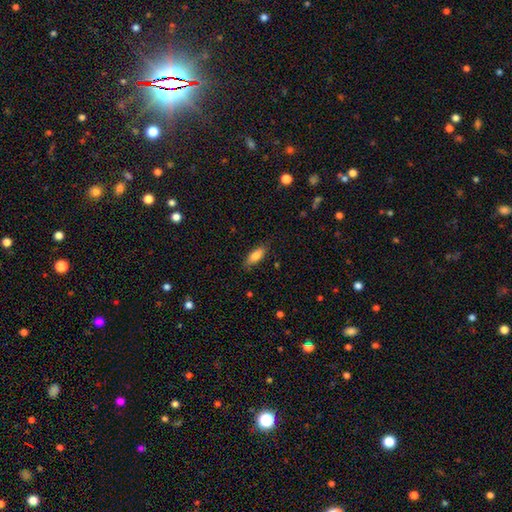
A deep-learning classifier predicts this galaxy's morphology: A smooth galaxy with no disk features (81%) that is in between round and cigar-shaped (72%).

Vote fractions:
- Smooth or featured? smooth: 81% / featured or disk: 13% / star or artifact: 7%
- How rounded? in between: 72% / cigar-shaped: 25% / round: 2%
- Merging? none: 81% / minor disturbance: 15% / major disturbance: 3% / merger: 1%